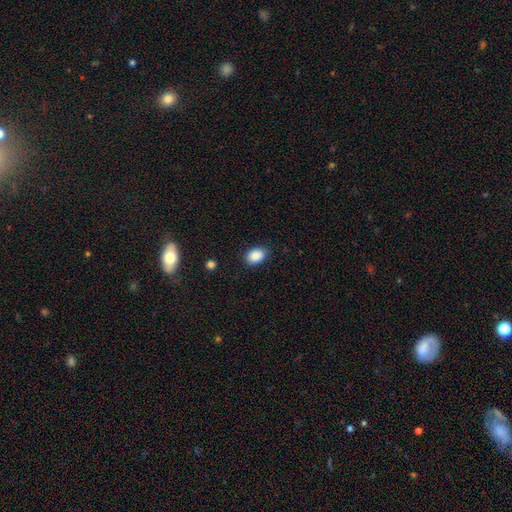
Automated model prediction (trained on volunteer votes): This appears to be a smooth galaxy with no disk features (89%) that is in between round and cigar-shaped (82%). Merging: none (85%).